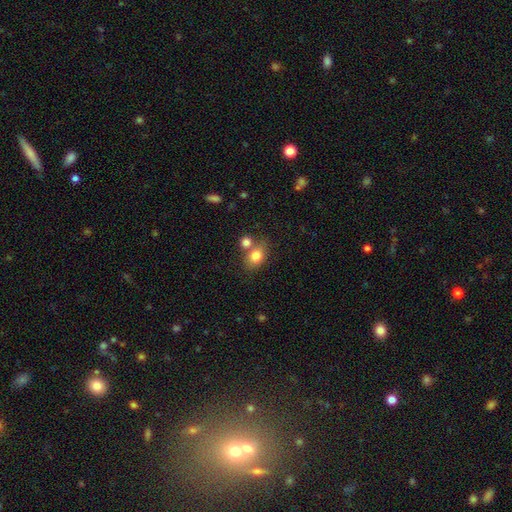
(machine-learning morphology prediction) smooth 80%, star or artifact 10%, featured or disk 10%. Down the decision tree: how rounded — in between (58%); merging — none (53%).